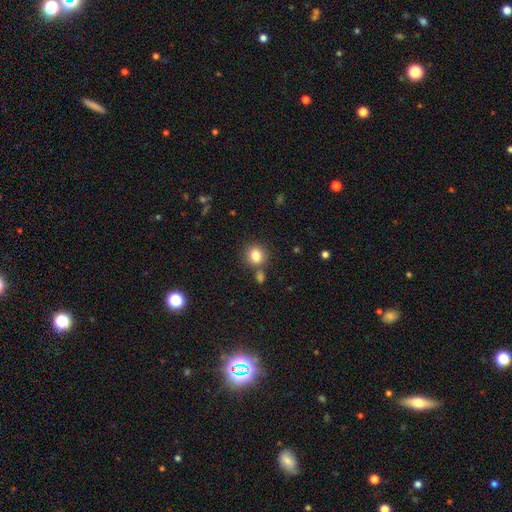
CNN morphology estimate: smooth 83%, star or artifact 10%, featured or disk 7%. Down the decision tree: how rounded — round (69%); merging — none (70%).